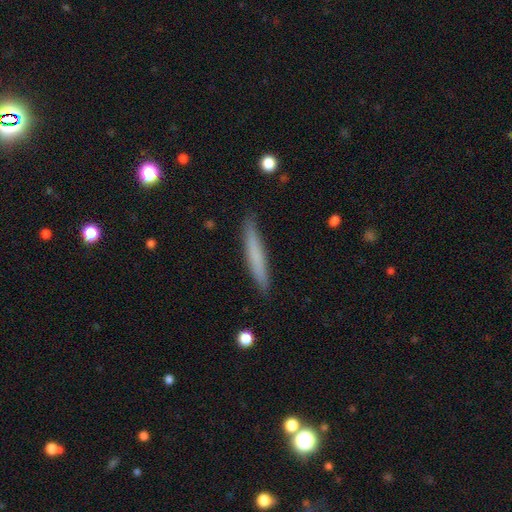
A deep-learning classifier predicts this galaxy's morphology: Smooth or featured? smooth (70%)
How rounded? cigar-shaped (95%)
Merging? none (88%)